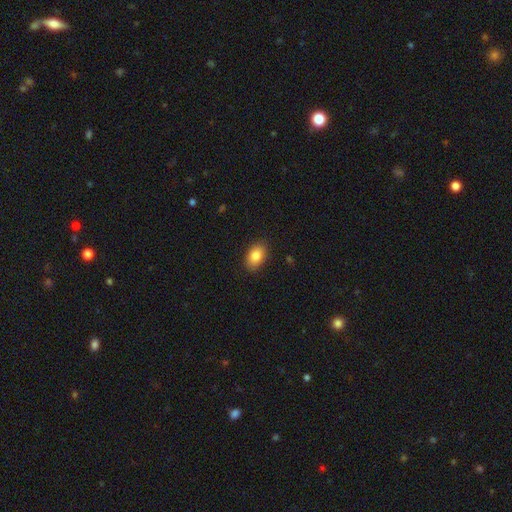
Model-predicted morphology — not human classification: A smooth galaxy with no disk features (85%) that is in between round and cigar-shaped (88%). Merging: none (87%).